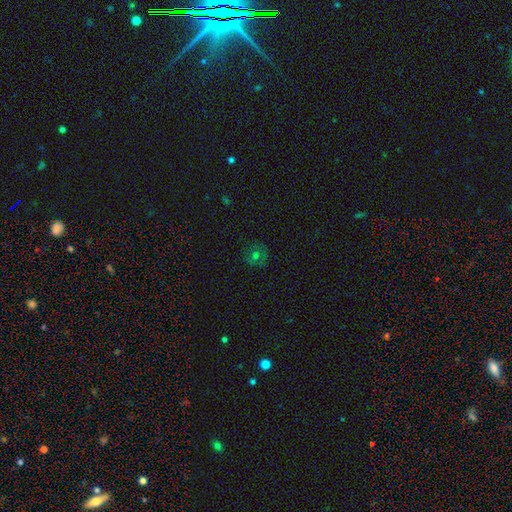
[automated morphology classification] A smooth galaxy with no disk features (56%) that is round (87%).

Vote fractions:
- Smooth or featured? smooth: 56% / featured or disk: 26% / star or artifact: 18%
- How rounded? round: 87% / in between: 12% / cigar-shaped: 1%
- Merging? none: 81% / minor disturbance: 13% / major disturbance: 5% / merger: 1%